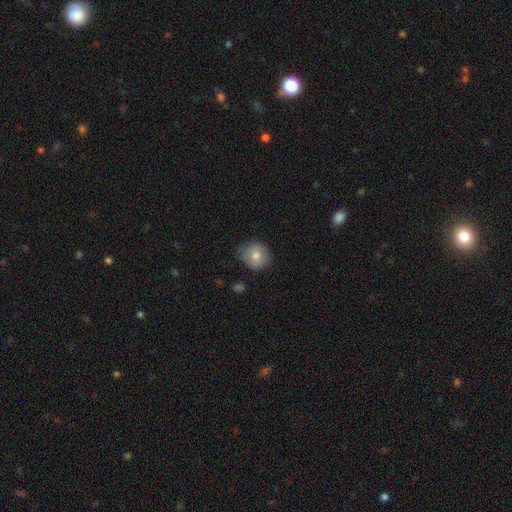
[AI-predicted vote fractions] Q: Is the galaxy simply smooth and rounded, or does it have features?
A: smooth — 76%.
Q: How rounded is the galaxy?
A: round — 72%.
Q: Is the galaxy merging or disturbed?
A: none — 76%.